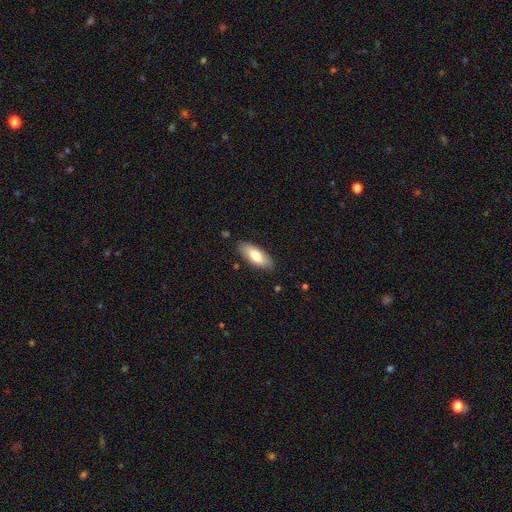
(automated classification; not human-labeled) smooth-or-featured: smooth: 75% | featured or disk: 19% | star or artifact: 6%
  how-rounded: in between: 79% | cigar-shaped: 19% | round: 2%
  merging: none: 87% | minor disturbance: 10% | major disturbance: 2% | merger: 1%